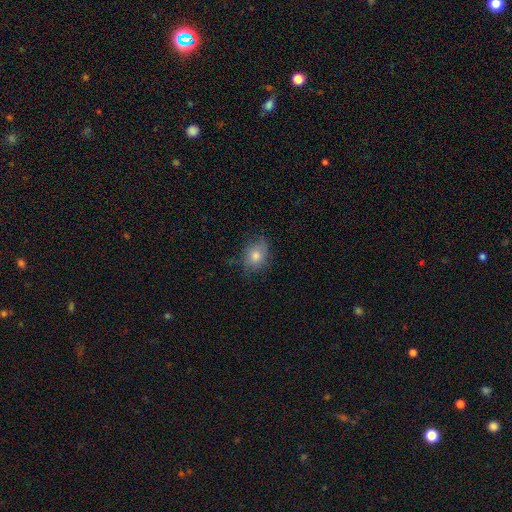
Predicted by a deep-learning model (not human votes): smooth_or_featured: smooth (p=0.73) [alt: featured or disk p=0.15]
how_rounded: in between (p=0.53) [alt: round p=0.46]
merging: none (p=0.71) [alt: minor disturbance p=0.22]